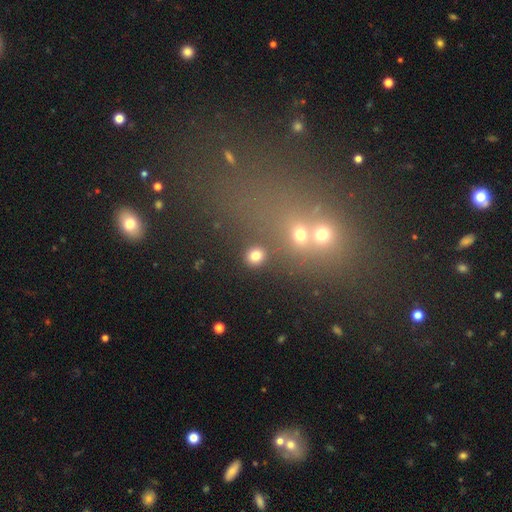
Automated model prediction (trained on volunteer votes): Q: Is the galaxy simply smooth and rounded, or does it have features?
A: smooth — 79%.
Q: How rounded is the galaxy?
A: round — 87%.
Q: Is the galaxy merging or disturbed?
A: none — 86%.